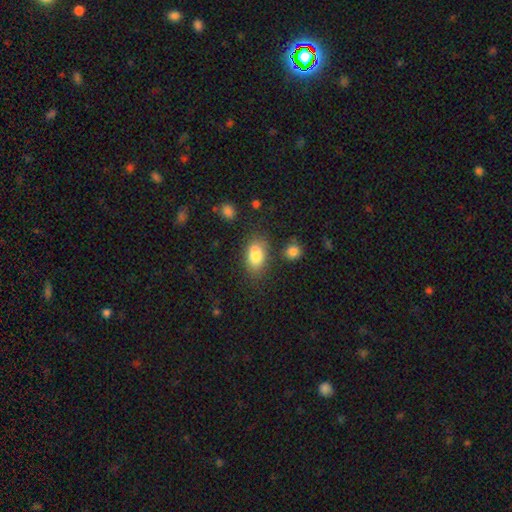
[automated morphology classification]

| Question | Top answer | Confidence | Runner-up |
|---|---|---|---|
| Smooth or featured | smooth | 82% | featured or disk (10%) |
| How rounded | in between | 88% | round (9%) |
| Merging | none | 65% | minor disturbance (19%) |